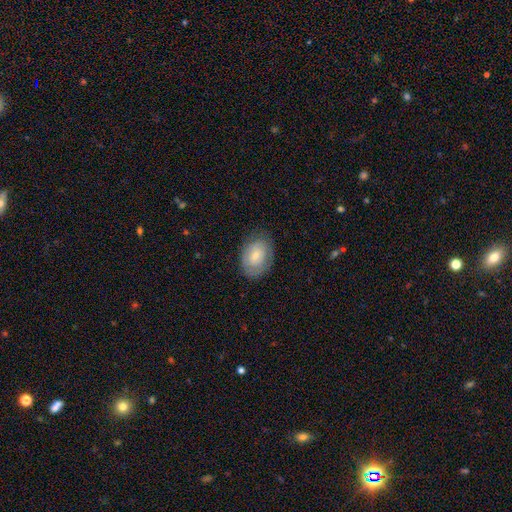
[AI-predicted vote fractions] Smooth or featured: smooth — 65% (featured or disk — 28%)
How rounded: in between — 78% (round — 21%)
Merging: none — 78% (minor disturbance — 16%)